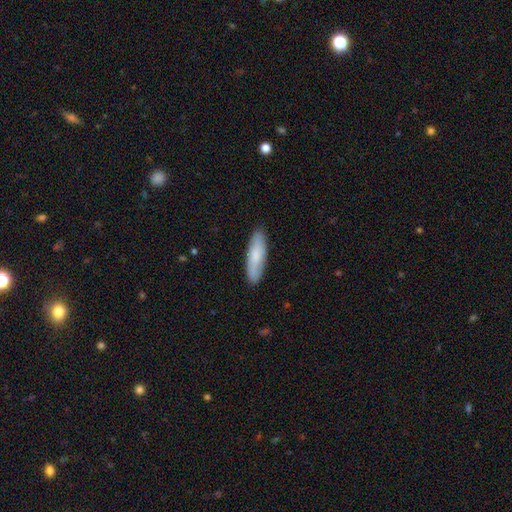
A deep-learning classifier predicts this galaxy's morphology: smooth_or_featured: smooth (p=0.77) [alt: featured or disk p=0.18]
how_rounded: cigar-shaped (p=0.64) [alt: in between p=0.34]
merging: none (p=0.88) [alt: minor disturbance p=0.09]